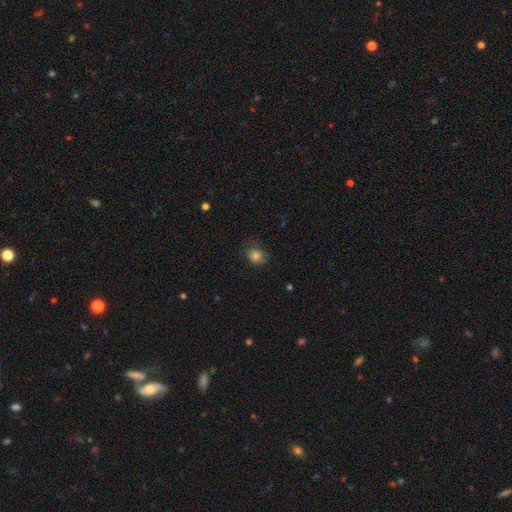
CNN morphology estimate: Smooth or featured? smooth (82%)
How rounded? round (57%)
Merging? none (71%)